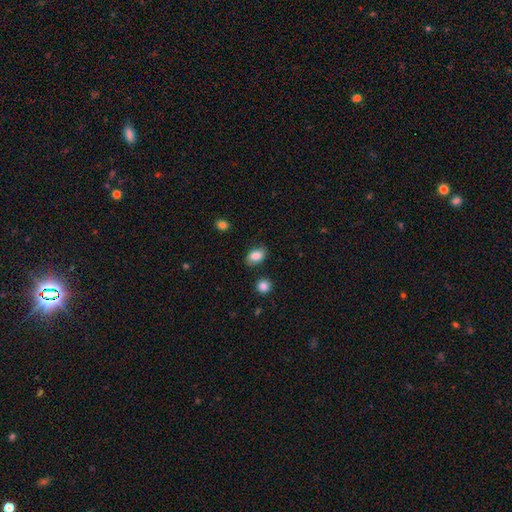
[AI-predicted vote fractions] Smooth or featured? Predicted: smooth (p=0.85). How rounded? Predicted: in between (p=0.84). Merging? Predicted: none (p=0.82).